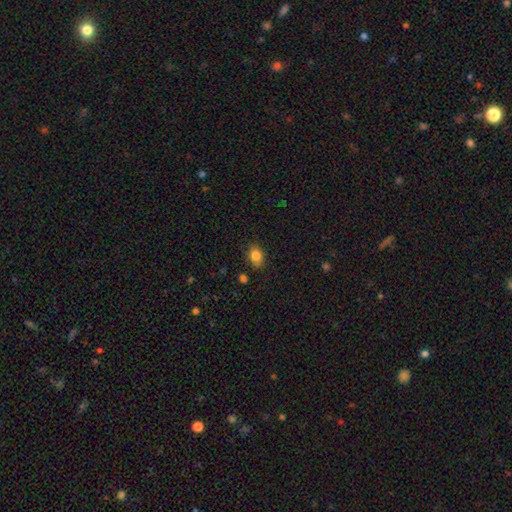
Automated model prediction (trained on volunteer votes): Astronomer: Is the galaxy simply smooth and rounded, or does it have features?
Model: smooth — 84%.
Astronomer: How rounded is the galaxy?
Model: in between — 70%.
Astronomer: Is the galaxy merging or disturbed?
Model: none — 80%.